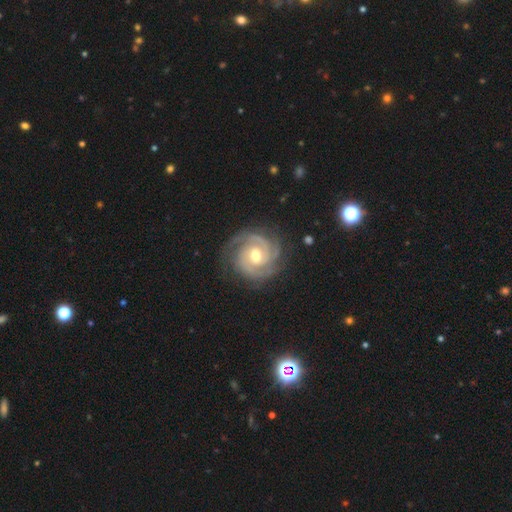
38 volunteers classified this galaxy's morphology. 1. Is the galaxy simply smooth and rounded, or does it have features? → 92% featured or disk, 5% star or artifact, 3% smooth.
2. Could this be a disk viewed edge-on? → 100% no, 0% yes.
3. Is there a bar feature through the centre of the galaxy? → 46% no, 37% weak, 17% strong.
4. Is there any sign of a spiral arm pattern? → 100% yes, 0% no.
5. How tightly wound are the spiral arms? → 83% tight, 17% medium, 0% loose.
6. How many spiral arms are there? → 51% 3, 29% 2, 11% 4, 9% can't tell, 0% 1, 0% more than 4.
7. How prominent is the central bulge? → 71% moderate, 23% small, 6% large, 0% dominant, 0% none.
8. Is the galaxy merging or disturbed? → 83% none, 8% minor disturbance, 8% major disturbance, 0% merger.